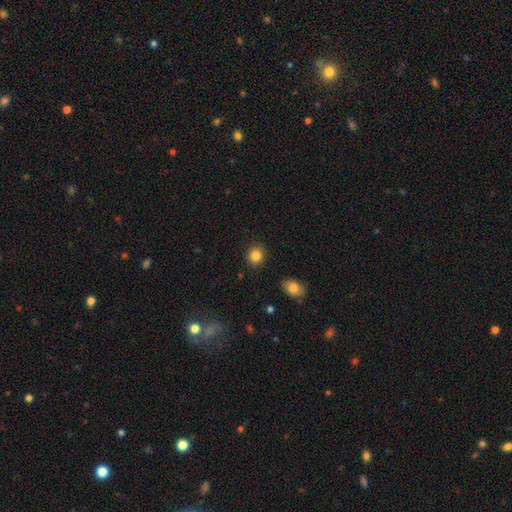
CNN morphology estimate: This appears to be a smooth galaxy with no disk features (85%) that is round (81%). Merging: none (89%).